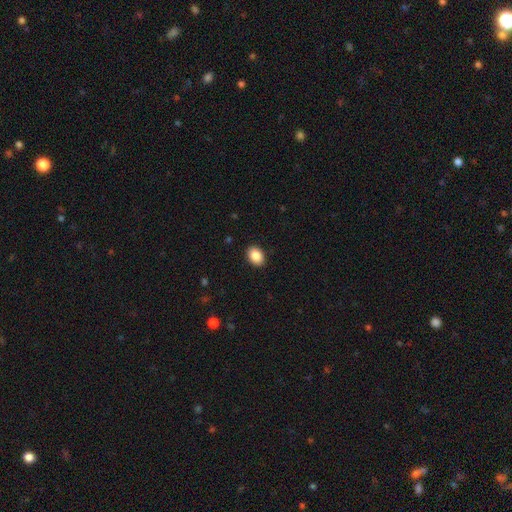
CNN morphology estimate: Smooth or featured?
  - smooth: 89% *
  - star or artifact: 8%
  - featured or disk: 4%
How rounded?
  - in between: 77% *
  - round: 22%
  - cigar-shaped: 1%
Merging?
  - none: 90% *
  - minor disturbance: 7%
  - major disturbance: 2%
  - merger: 1%